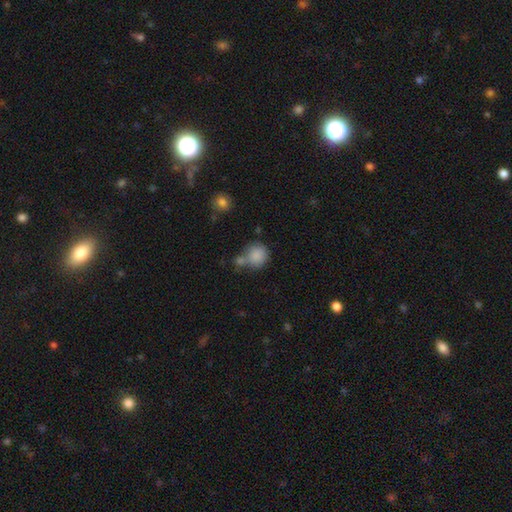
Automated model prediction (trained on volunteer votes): Smooth or featured?
  - smooth: 84% *
  - star or artifact: 8%
  - featured or disk: 7%
How rounded?
  - round: 77% *
  - in between: 22%
  - cigar-shaped: 1%
Merging?
  - none: 46% *
  - merger: 32%
  - minor disturbance: 16%
  - major disturbance: 7%